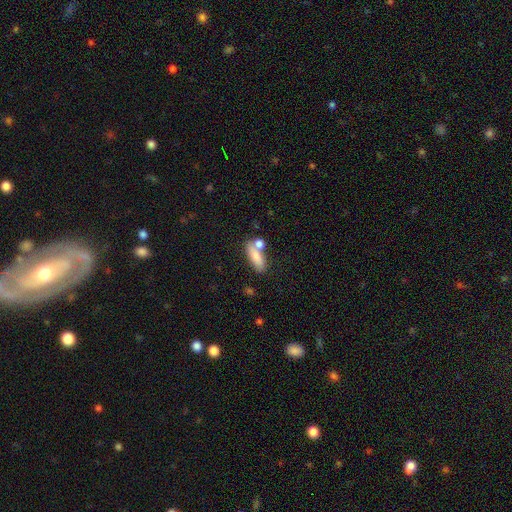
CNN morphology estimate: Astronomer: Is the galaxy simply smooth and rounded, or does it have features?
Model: smooth — 79%.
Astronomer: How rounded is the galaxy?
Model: in between — 62%.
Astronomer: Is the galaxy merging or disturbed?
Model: none — 50% (runner-up: merger, 29%).